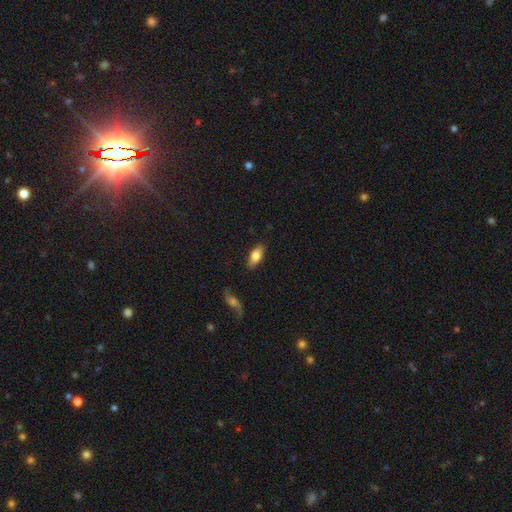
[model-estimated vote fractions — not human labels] Smooth or featured? Predicted: smooth (p=0.72). How rounded? Predicted: in between (p=0.81). Merging? Predicted: none (p=0.85).